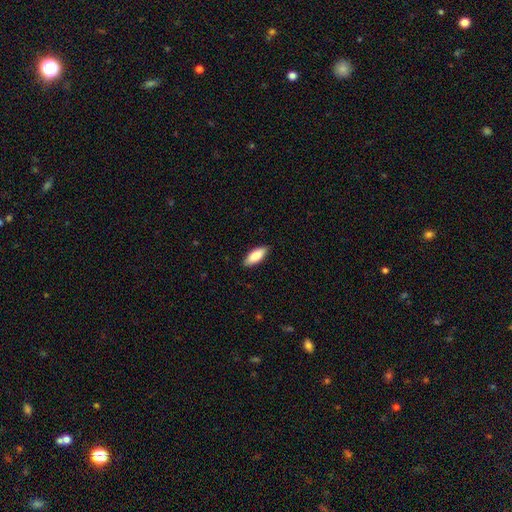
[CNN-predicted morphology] smooth-or-featured: smooth: 85% | featured or disk: 9% | star or artifact: 6%
  how-rounded: in between: 77% | cigar-shaped: 21% | round: 2%
  merging: none: 88% | minor disturbance: 9% | major disturbance: 2% | merger: 1%